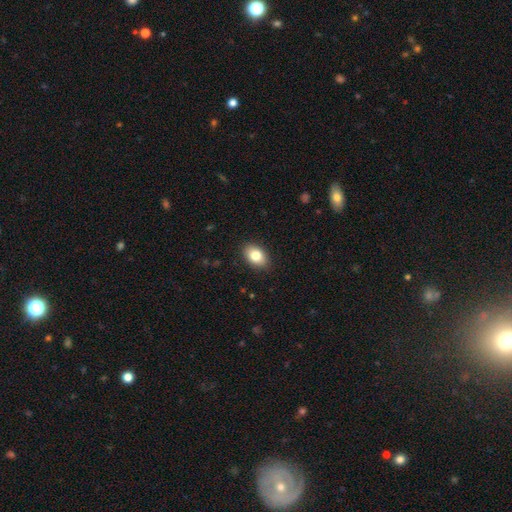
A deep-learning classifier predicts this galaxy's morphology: Smooth or featured? Predicted: smooth (p=0.82). How rounded? Predicted: in between (p=0.82). Merging? Predicted: none (p=0.88).